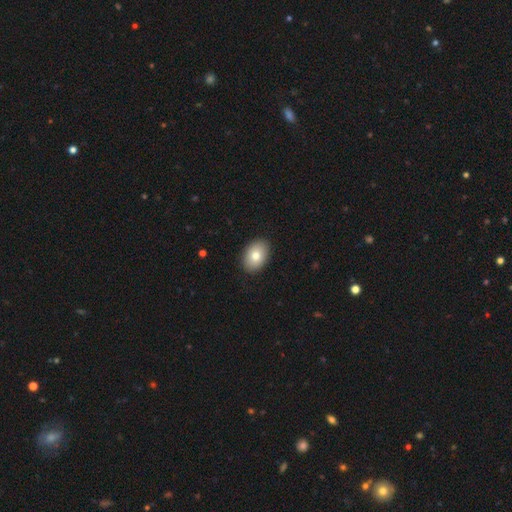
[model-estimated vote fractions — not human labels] This appears to be a smooth galaxy with no disk features (79%) that is in between round and cigar-shaped (82%). Merging: none (90%).